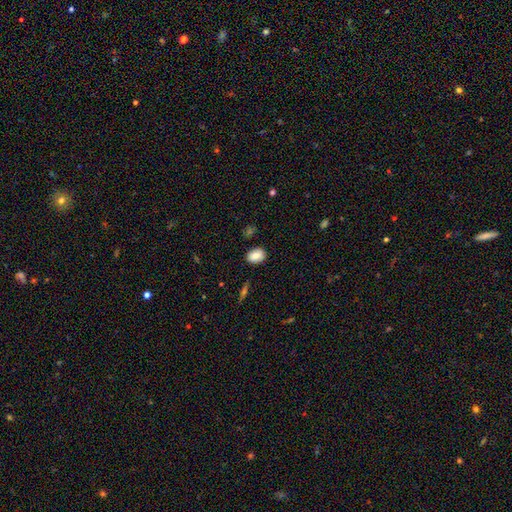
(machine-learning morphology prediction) Smooth or featured: smooth — 83% (featured or disk — 9%)
How rounded: in between — 74% (round — 25%)
Merging: none — 86% (minor disturbance — 10%)